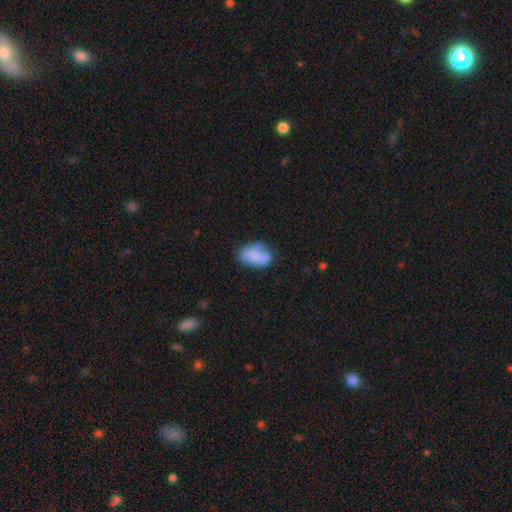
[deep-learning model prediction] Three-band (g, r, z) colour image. It shows a smooth galaxy with no disk features (65%) that is in between round and cigar-shaped (88%). Merging: none (43%).